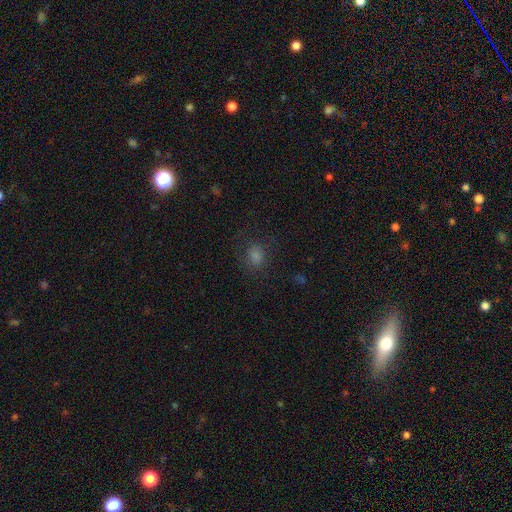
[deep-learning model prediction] smooth-or-featured: smooth: 68% | star or artifact: 24% | featured or disk: 8%
  how-rounded: round: 56% | in between: 42% | cigar-shaped: 2%
  merging: none: 79% | minor disturbance: 13% | major disturbance: 7% | merger: 1%